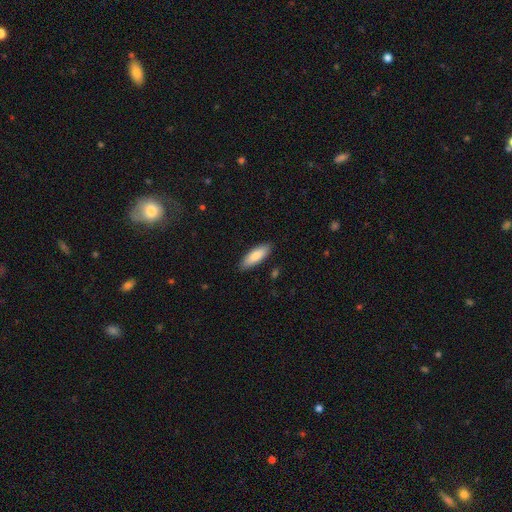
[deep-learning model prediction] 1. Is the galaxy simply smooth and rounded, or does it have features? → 83% smooth, 11% featured or disk, 6% star or artifact.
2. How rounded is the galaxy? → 60% in between, 39% cigar-shaped, 2% round.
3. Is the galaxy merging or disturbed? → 88% none, 9% minor disturbance, 2% major disturbance, 1% merger.